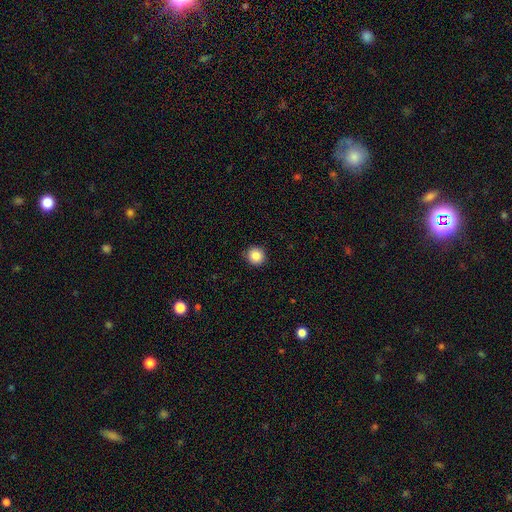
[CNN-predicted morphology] smooth-or-featured: smooth: 86% | star or artifact: 10% | featured or disk: 4%
  how-rounded: round: 92% | in between: 7% | cigar-shaped: 1%
  merging: none: 90% | minor disturbance: 8% | major disturbance: 2% | merger: 1%